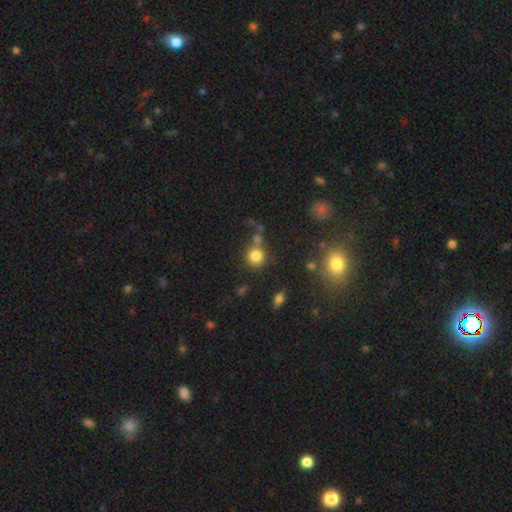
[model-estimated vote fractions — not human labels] Smooth or featured: smooth — 79% (star or artifact — 14%)
How rounded: round — 88% (in between — 11%)
Merging: none — 66% (merger — 17%)